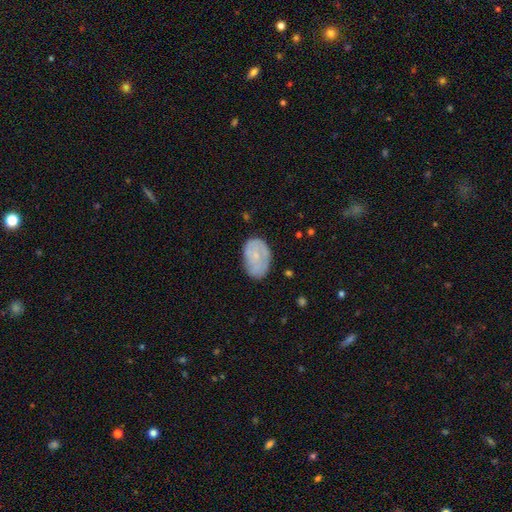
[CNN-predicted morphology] type=smooth (57%); roundness=in between (86%); merging=none (63%).